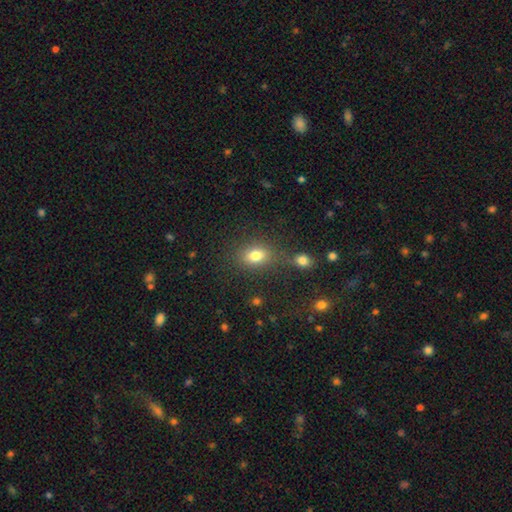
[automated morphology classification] This appears to be a smooth galaxy with no disk features (79%) that is in between round and cigar-shaped (69%). Merging: none (70%).